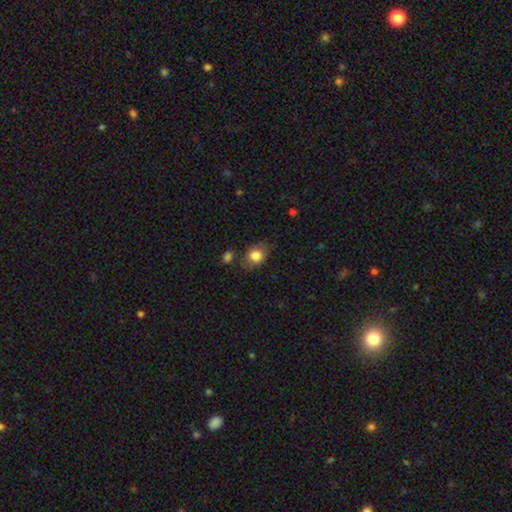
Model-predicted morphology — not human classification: smooth-or-featured: smooth: 80% | featured or disk: 12% | star or artifact: 8%
  how-rounded: in between: 56% | round: 42% | cigar-shaped: 1%
  merging: none: 67% | minor disturbance: 21% | major disturbance: 7% | merger: 5%